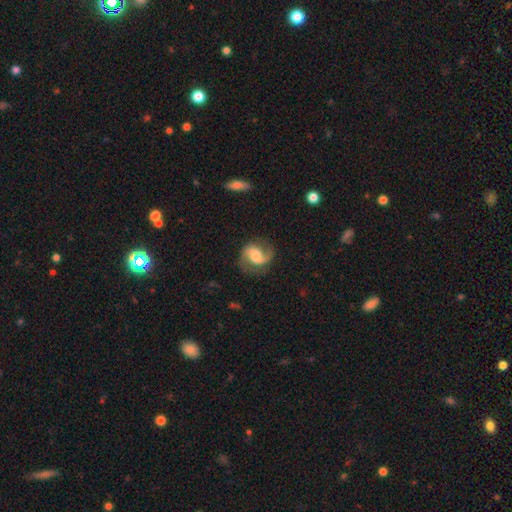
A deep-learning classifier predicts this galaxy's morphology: Smooth or featured? Predicted: featured or disk (p=0.85). Edge-on disk? Predicted: no (p=0.98). Bar? Predicted: no (p=0.43, tied with weak). Spiral arms? Predicted: yes (p=0.97). Spiral winding? Predicted: medium (p=0.53). Spiral arm count? Predicted: 2 (p=0.92). Bulge size? Predicted: moderate (p=0.49). Merging? Predicted: none (p=0.78).